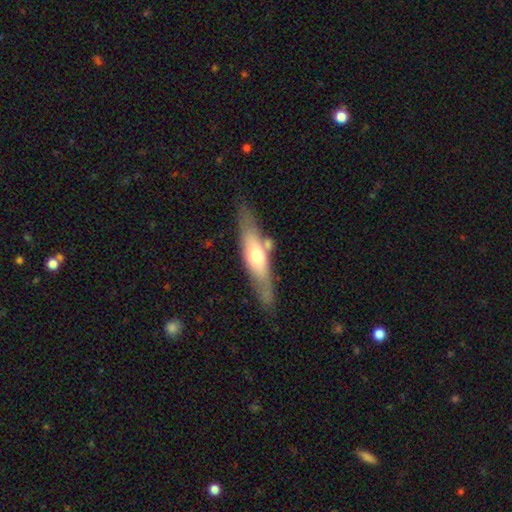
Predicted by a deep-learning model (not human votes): Smooth or featured? Predicted: featured or disk (p=0.51). Edge-on disk? Predicted: yes (p=0.73). Merging? Predicted: none (p=0.70).